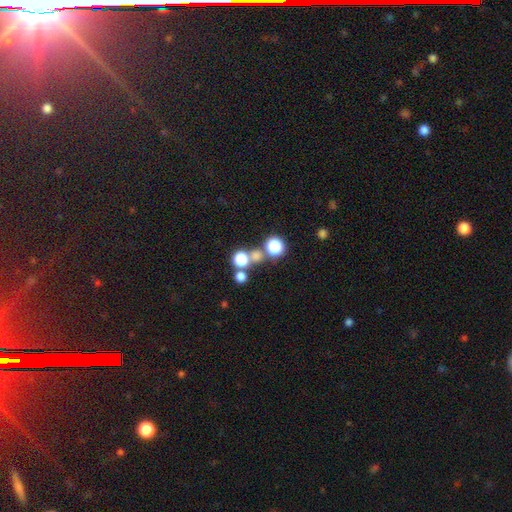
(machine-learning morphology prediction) type=smooth (67%); roundness=round (88%); merging=none (60%).